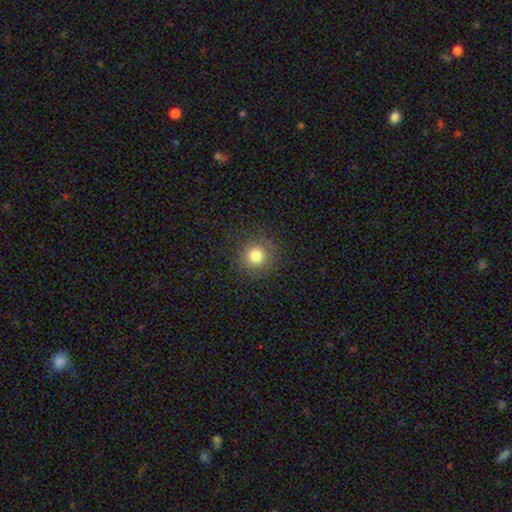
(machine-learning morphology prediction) Smooth or featured?
  - smooth: 80% *
  - star or artifact: 13%
  - featured or disk: 7%
How rounded?
  - round: 94% *
  - in between: 5%
  - cigar-shaped: 1%
Merging?
  - none: 88% *
  - minor disturbance: 8%
  - major disturbance: 4%
  - merger: 1%